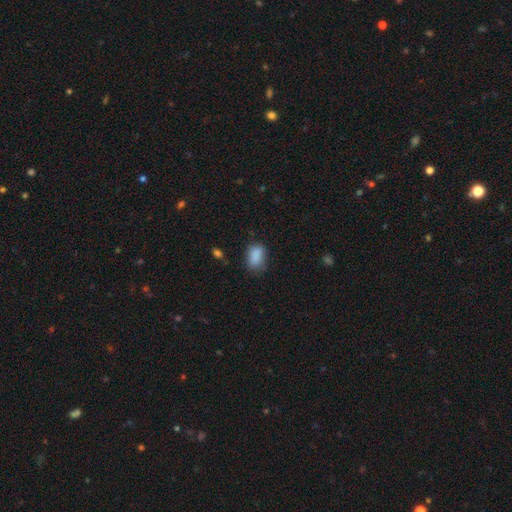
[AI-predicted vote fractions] Smooth or featured? smooth (87%)
How rounded? in between (85%)
Merging? none (70%)